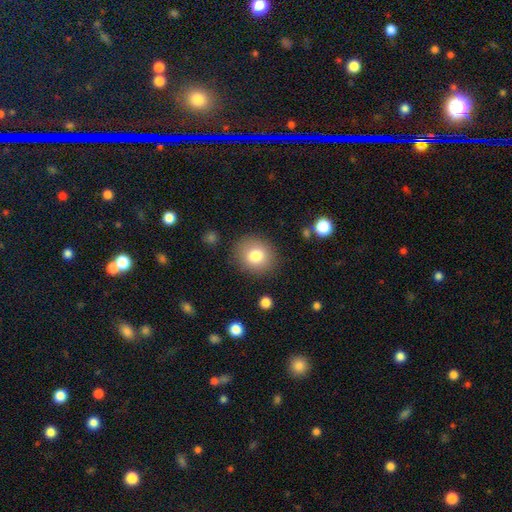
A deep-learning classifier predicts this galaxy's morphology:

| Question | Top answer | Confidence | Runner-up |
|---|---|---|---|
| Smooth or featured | smooth | 80% | featured or disk (11%) |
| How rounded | round | 79% | in between (21%) |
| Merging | none | 85% | minor disturbance (10%) |